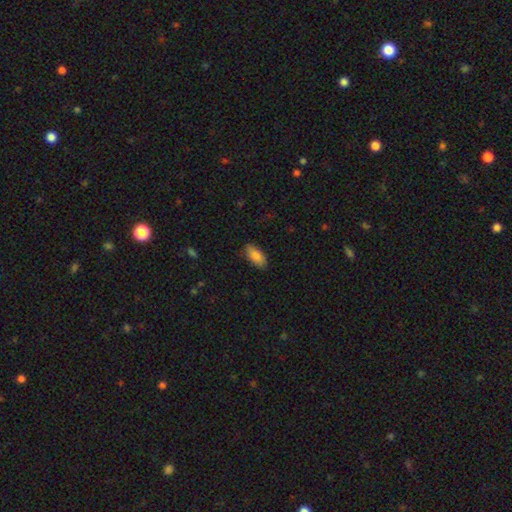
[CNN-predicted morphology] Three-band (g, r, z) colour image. It shows a smooth galaxy with no disk features (85%) that is in between round and cigar-shaped (90%). Merging: none (85%).